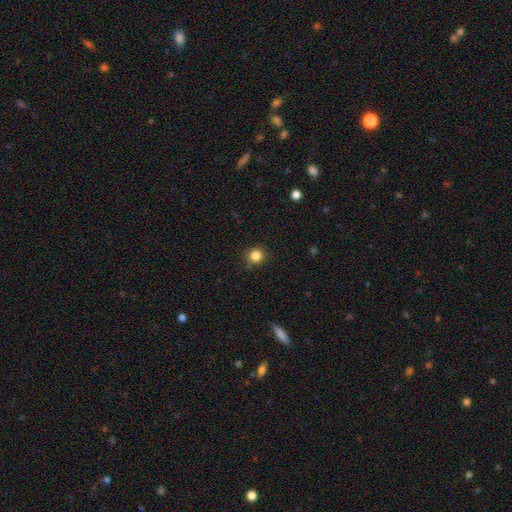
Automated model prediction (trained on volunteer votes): Morphology: type=smooth (84%); roundness=round (91%); merging=none (87%).